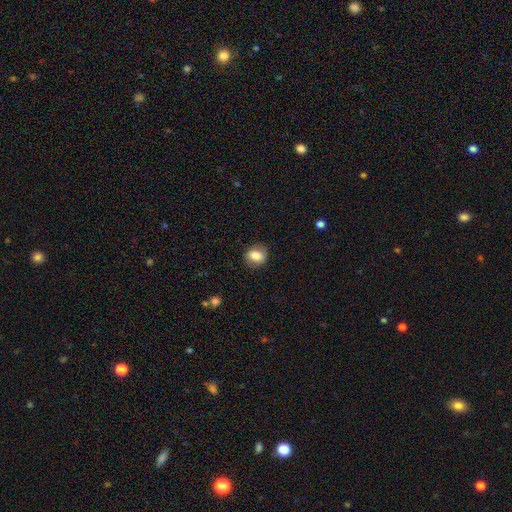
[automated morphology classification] smooth-or-featured: smooth: 82% | featured or disk: 10% | star or artifact: 9%
  how-rounded: round: 60% | in between: 39% | cigar-shaped: 1%
  merging: none: 83% | minor disturbance: 13% | major disturbance: 3% | merger: 1%